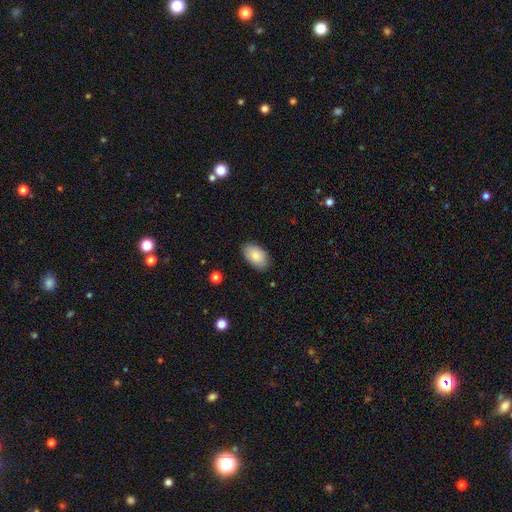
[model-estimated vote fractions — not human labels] Morphology: type=smooth (86%); roundness=in between (92%); merging=none (84%).